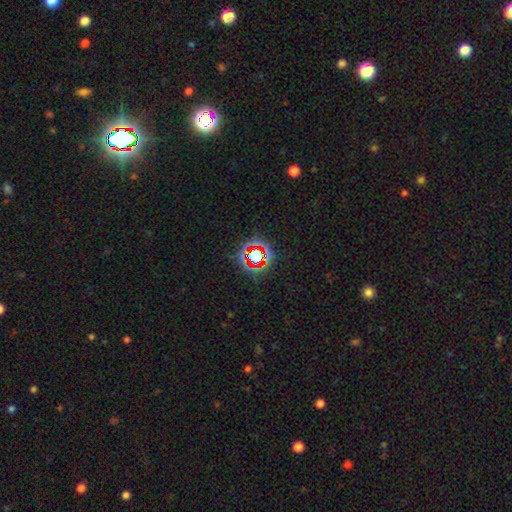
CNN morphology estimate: A star or artifact, not a galaxy (74%).